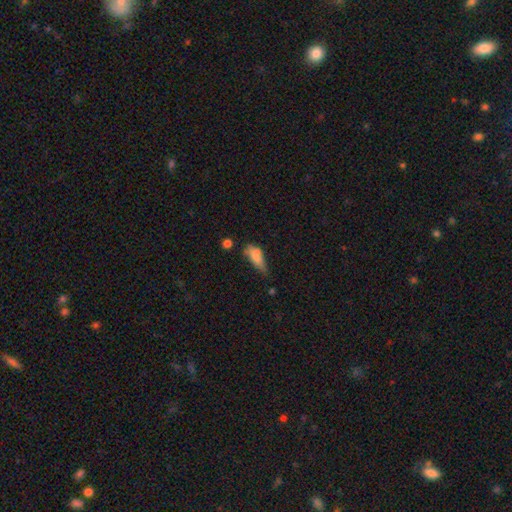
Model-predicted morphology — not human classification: Smooth or featured: smooth — 74% (featured or disk — 16%)
How rounded: in between — 69% (cigar-shaped — 28%)
Merging: minor disturbance — 38% (none — 31%)